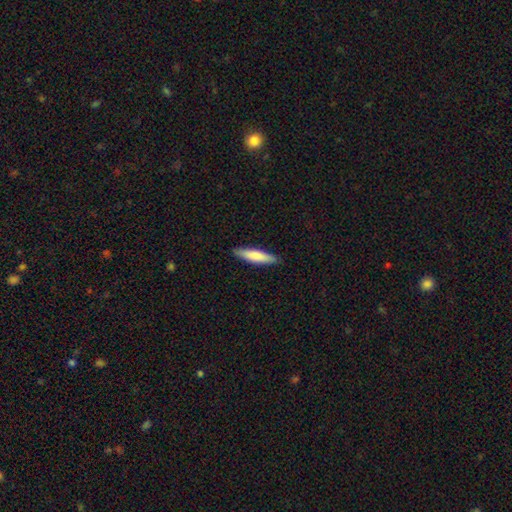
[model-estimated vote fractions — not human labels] Smooth or featured? Predicted: smooth (p=0.76). How rounded? Predicted: cigar-shaped (p=0.83). Merging? Predicted: none (p=0.90).